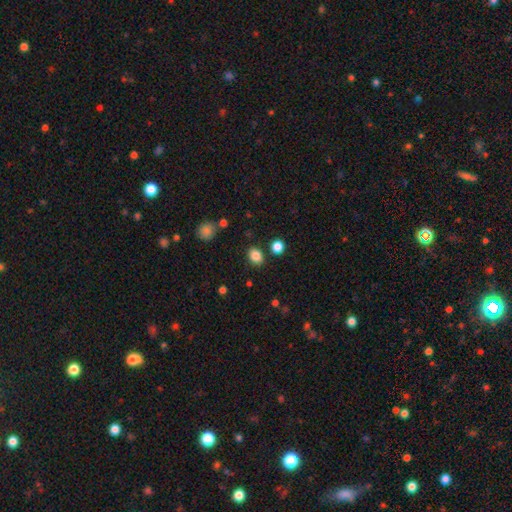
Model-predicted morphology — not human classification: Smooth or featured? smooth (85%)
How rounded? in between (59%)
Merging? none (83%)